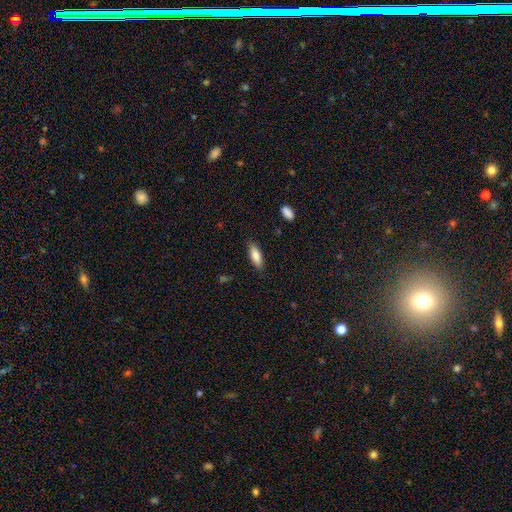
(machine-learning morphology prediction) Smooth or featured? Predicted: smooth (p=0.81). How rounded? Predicted: in between (p=0.59). Merging? Predicted: none (p=0.85).